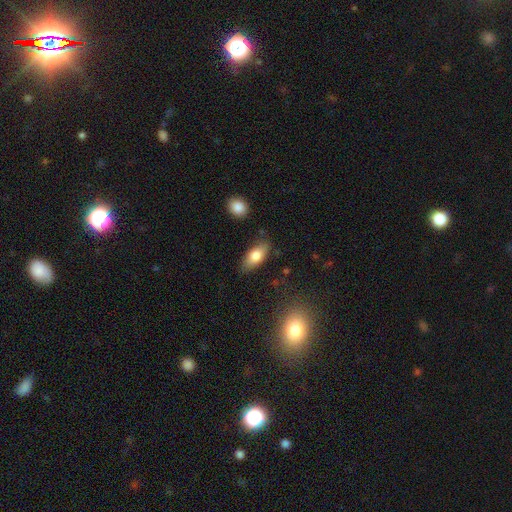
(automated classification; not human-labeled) A smooth galaxy with no disk features (77%) that is in between round and cigar-shaped (86%).

Vote fractions:
- Smooth or featured? smooth: 77% / featured or disk: 16% / star or artifact: 7%
- How rounded? in between: 86% / cigar-shaped: 11% / round: 3%
- Merging? none: 80% / minor disturbance: 14% / major disturbance: 3% / merger: 3%